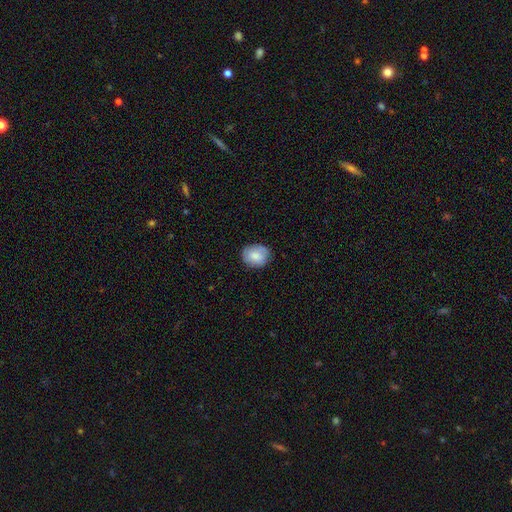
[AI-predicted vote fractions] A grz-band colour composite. It shows a smooth galaxy with no disk features (79%) that is round (54%). Merging: none (78%).